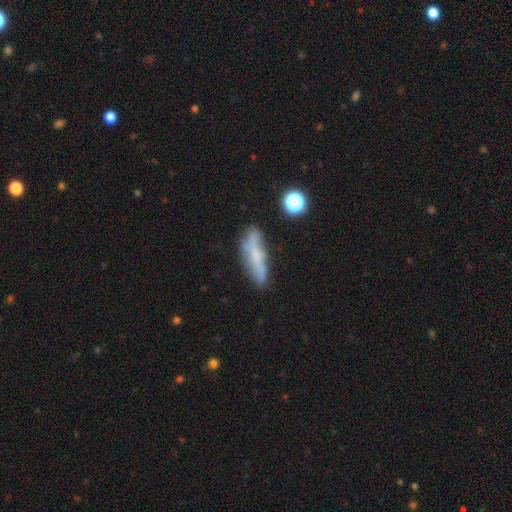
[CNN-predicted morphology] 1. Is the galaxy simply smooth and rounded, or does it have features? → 50% smooth, 39% featured or disk, 11% star or artifact.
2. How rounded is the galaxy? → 71% cigar-shaped, 27% in between, 3% round.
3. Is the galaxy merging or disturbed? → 63% none, 24% minor disturbance, 8% major disturbance, 5% merger.